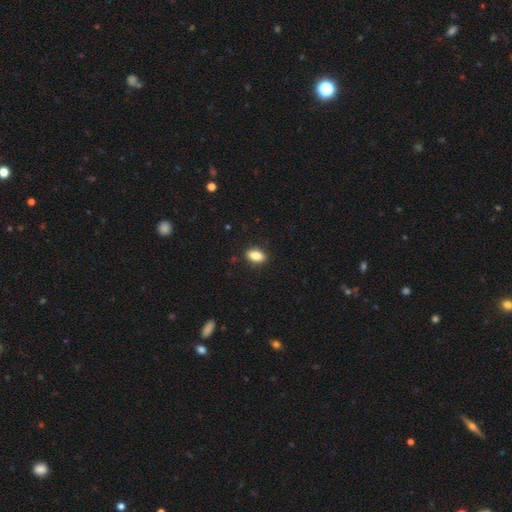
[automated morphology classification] Q: Smooth or featured?
A: smooth (86%); runner-up: star or artifact (8%)
Q: How rounded?
A: in between (87%); runner-up: round (8%)
Q: Merging?
A: none (89%); runner-up: minor disturbance (8%)